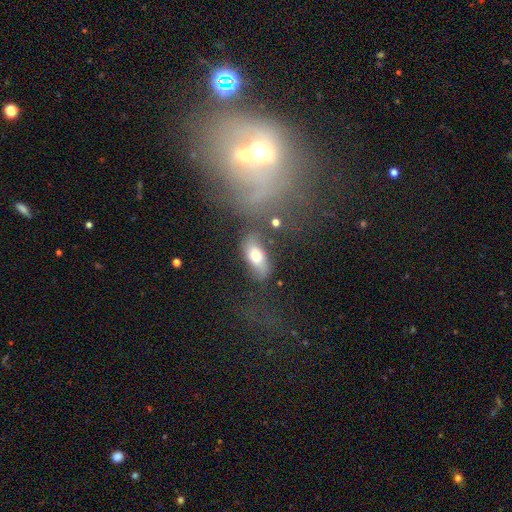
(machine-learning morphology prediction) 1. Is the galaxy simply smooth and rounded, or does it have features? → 66% smooth, 24% featured or disk, 10% star or artifact.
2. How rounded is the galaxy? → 81% in between, 12% cigar-shaped, 7% round.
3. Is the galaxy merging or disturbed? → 58% none, 20% minor disturbance, 13% major disturbance, 9% merger.